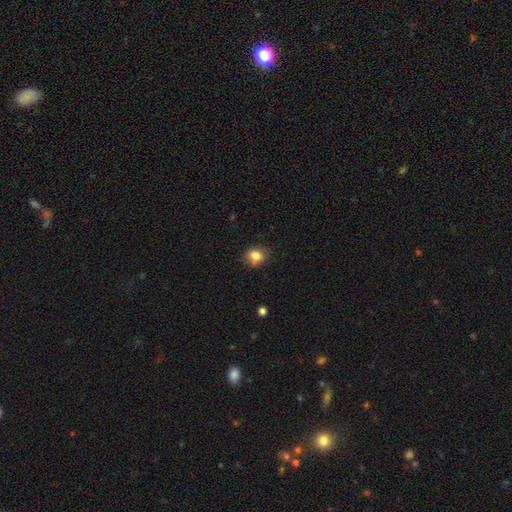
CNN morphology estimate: type=smooth (79%); roundness=in between (50%); merging=none (64%).